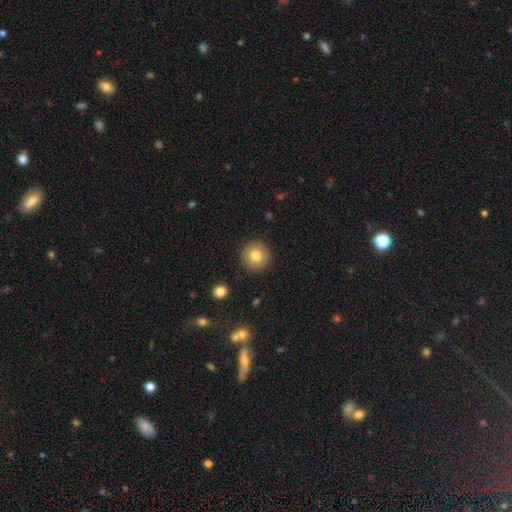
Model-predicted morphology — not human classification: A smooth galaxy with no disk features (78%) that is round (95%).

Vote fractions:
- Smooth or featured? smooth: 78% / featured or disk: 12% / star or artifact: 10%
- How rounded? round: 95% / in between: 4% / cigar-shaped: 1%
- Merging? none: 90% / minor disturbance: 6% / major disturbance: 2% / merger: 1%